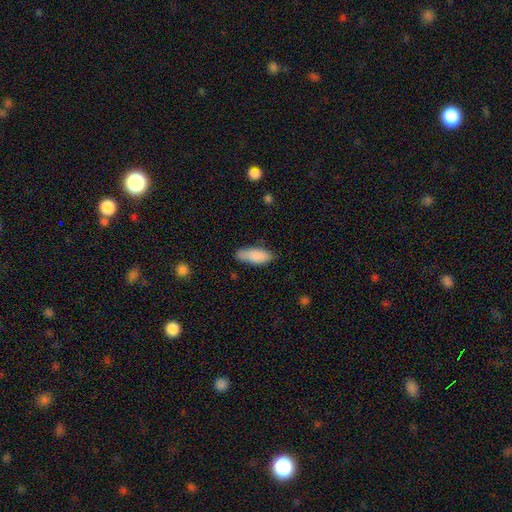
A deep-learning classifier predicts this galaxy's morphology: smooth 87%, star or artifact 6%, featured or disk 6%. Down the decision tree: how rounded — in between (77%); merging — none (71%).